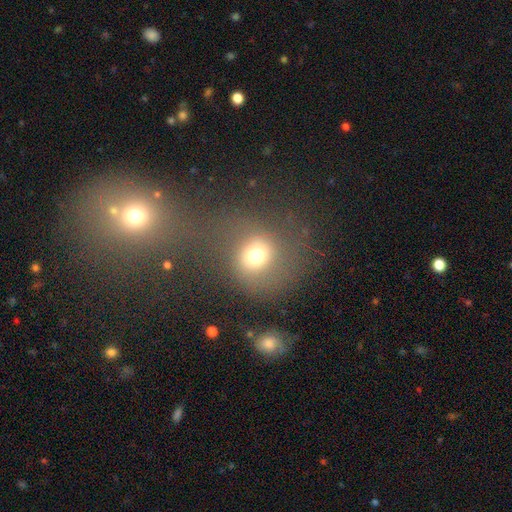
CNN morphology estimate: smooth_or_featured: smooth (p=0.71) [alt: star or artifact p=0.16]
how_rounded: round (p=0.81) [alt: in between p=0.18]
merging: none (p=0.50) [alt: major disturbance p=0.19]